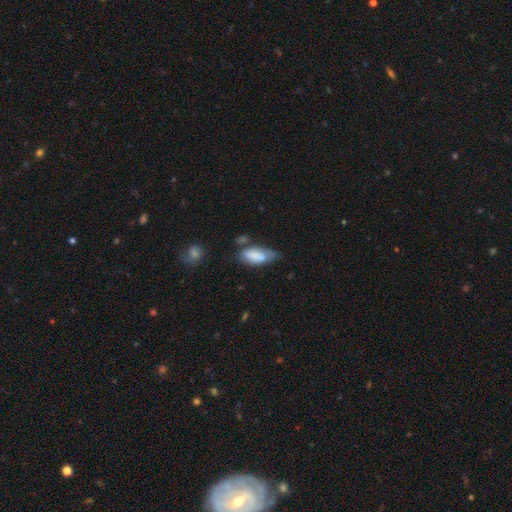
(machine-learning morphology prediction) Smooth or featured: smooth — 77% (featured or disk — 16%)
How rounded: in between — 85% (cigar-shaped — 13%)
Merging: none — 38% (minor disturbance — 37%)